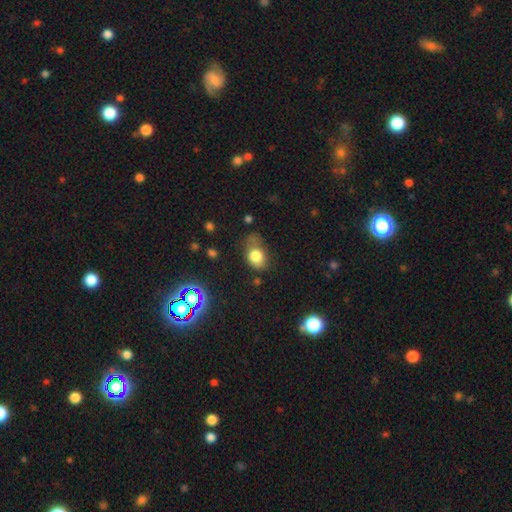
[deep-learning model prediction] This is likely a smooth galaxy (78%). How rounded: likely in between (66%). Merging: marginally none (40%).